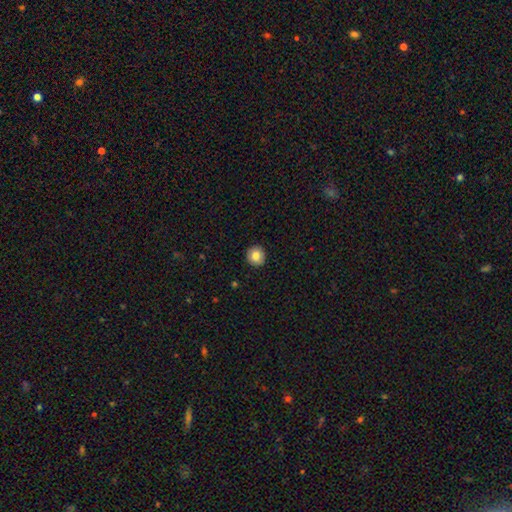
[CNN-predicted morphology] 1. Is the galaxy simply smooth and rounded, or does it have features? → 82% smooth, 10% featured or disk, 9% star or artifact.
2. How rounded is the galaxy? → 93% round, 6% in between, 1% cigar-shaped.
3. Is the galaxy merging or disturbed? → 92% none, 5% minor disturbance, 1% major disturbance, 1% merger.